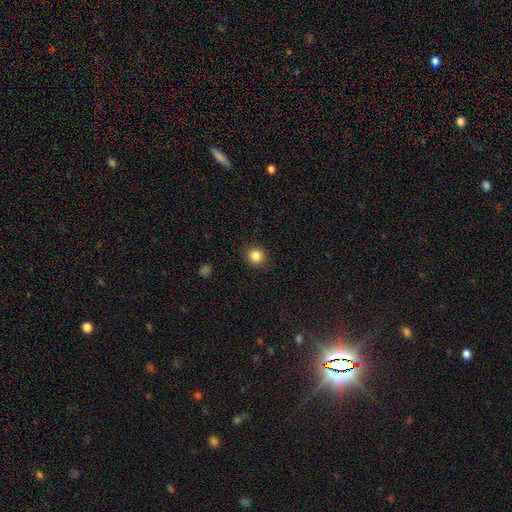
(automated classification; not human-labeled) This appears to be a smooth galaxy with no disk features (85%) that is round (83%). Merging: none (90%).